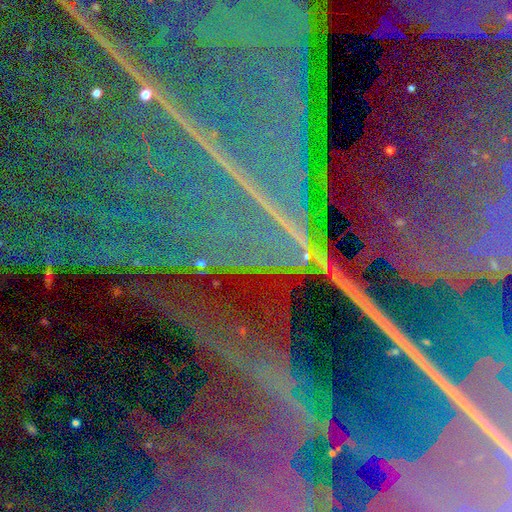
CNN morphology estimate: smooth-or-featured: star or artifact: 89% | featured or disk: 7% | smooth: 4%